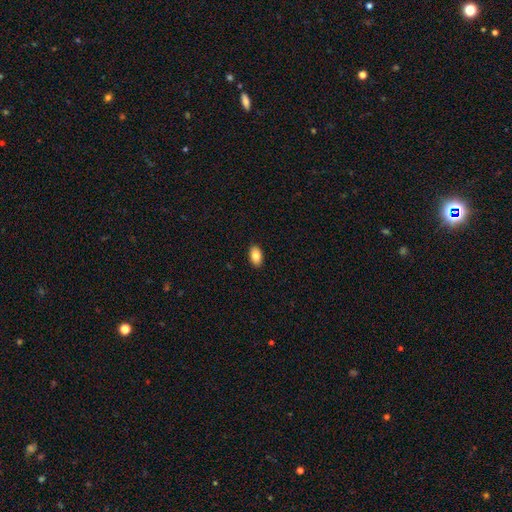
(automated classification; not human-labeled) Morphology: type=smooth (83%); roundness=in between (92%); merging=none (90%).